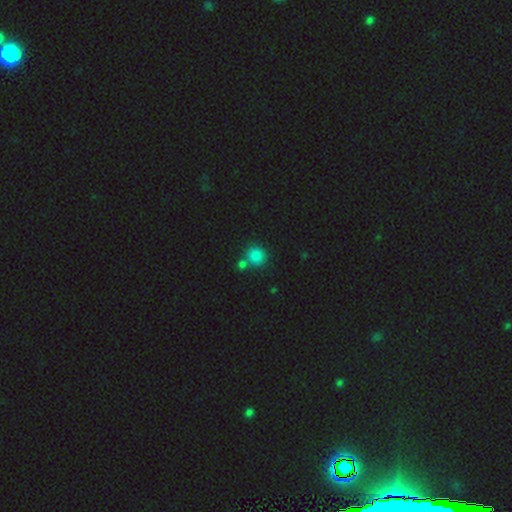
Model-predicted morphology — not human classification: Smooth or featured: smooth — 83% (star or artifact — 12%)
How rounded: round — 85% (in between — 13%)
Merging: none — 60% (merger — 27%)